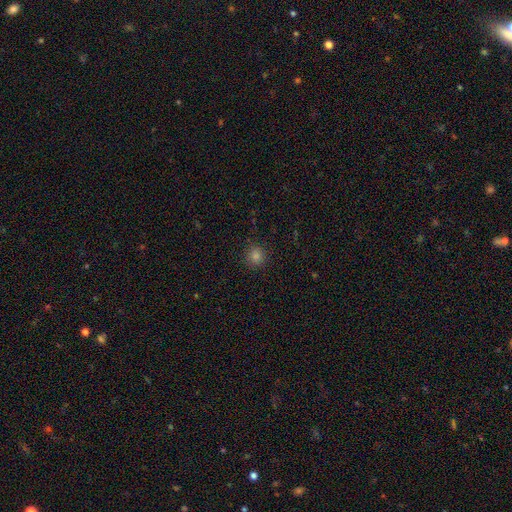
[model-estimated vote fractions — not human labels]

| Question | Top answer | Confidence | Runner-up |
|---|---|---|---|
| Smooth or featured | smooth | 78% | star or artifact (17%) |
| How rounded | round | 94% | in between (5%) |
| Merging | none | 91% | minor disturbance (6%) |